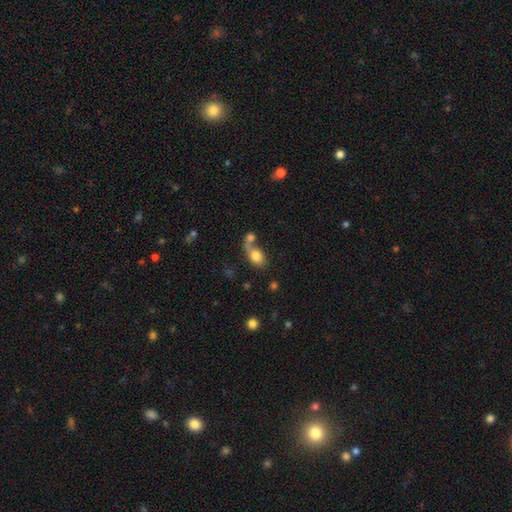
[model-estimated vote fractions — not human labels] smooth_or_featured: smooth (p=0.79) [alt: featured or disk p=0.12]
how_rounded: in between (p=0.72) [alt: round p=0.26]
merging: merger (p=0.47) [alt: none p=0.33]